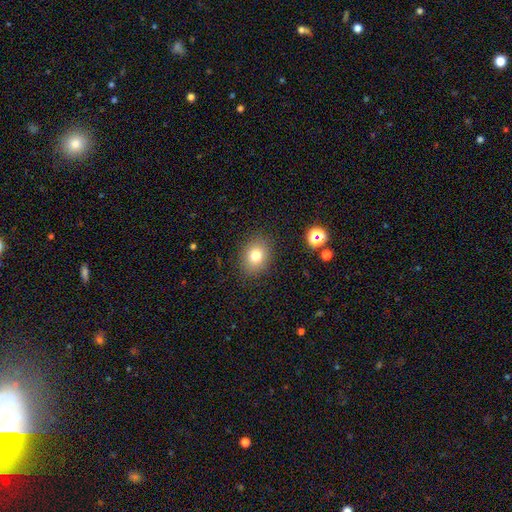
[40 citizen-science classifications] Smooth or featured? 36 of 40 (90%) said smooth. How rounded? 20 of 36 (56%) said in between. Merging? 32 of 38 (84%) said none.